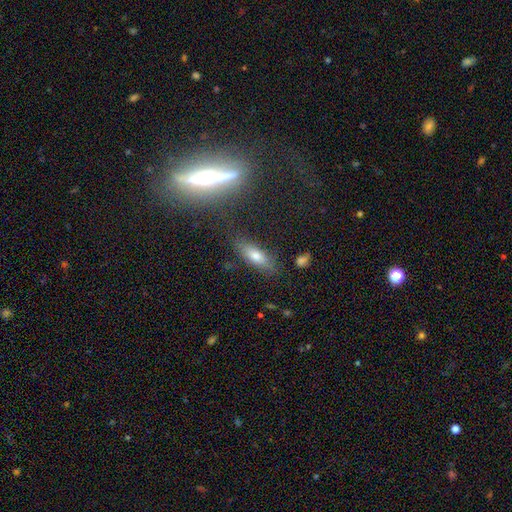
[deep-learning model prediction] Overall: smooth (65%). How rounded: in between (57%; cigar-shaped 40%). Merging: none (81%).